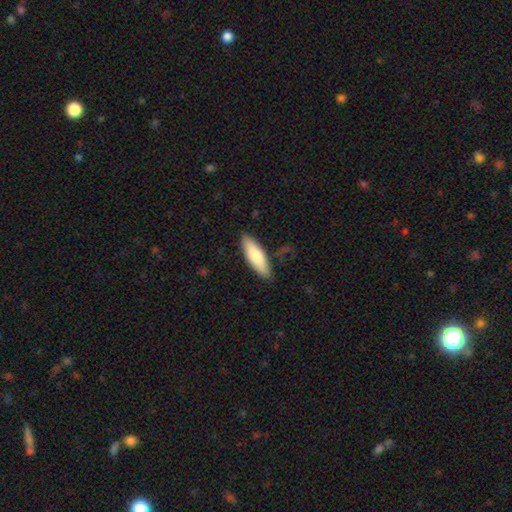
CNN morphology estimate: smooth-or-featured: smooth: 75% | featured or disk: 19% | star or artifact: 5%
  how-rounded: in between: 50% | cigar-shaped: 49% | round: 2%
  merging: none: 85% | minor disturbance: 11% | major disturbance: 3% | merger: 2%